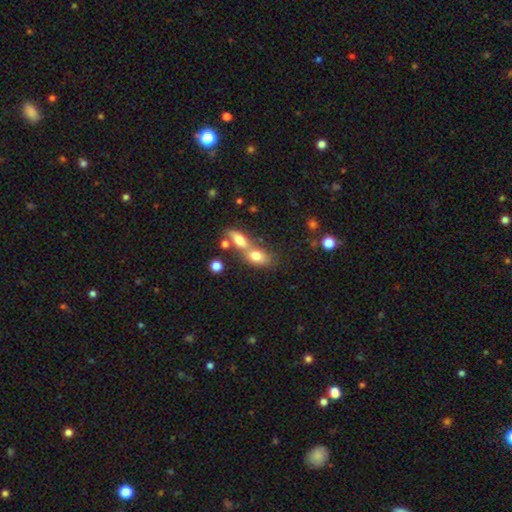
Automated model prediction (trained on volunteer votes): A smooth galaxy with no disk features (75%) that is in between round and cigar-shaped (76%).

Vote fractions:
- Smooth or featured? smooth: 75% / featured or disk: 16% / star or artifact: 9%
- How rounded? in between: 76% / round: 17% / cigar-shaped: 7%
- Merging? merger: 57% / none: 30% / minor disturbance: 8% / major disturbance: 4%